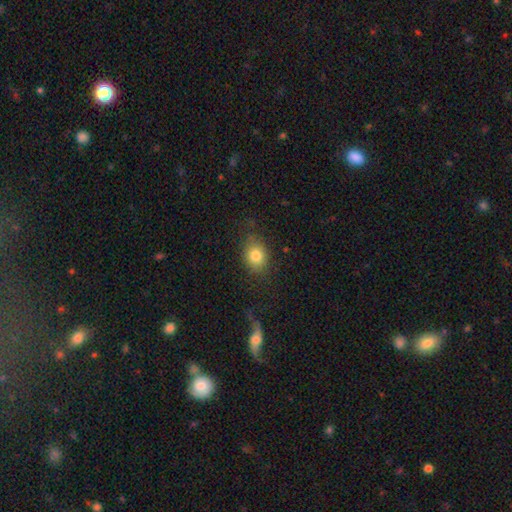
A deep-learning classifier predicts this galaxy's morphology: This appears to be a smooth galaxy with no disk features (81%) that is round (49%, tied with in between). Merging: none (76%).